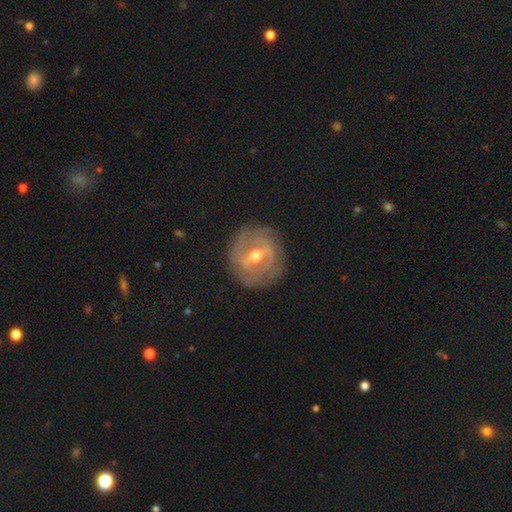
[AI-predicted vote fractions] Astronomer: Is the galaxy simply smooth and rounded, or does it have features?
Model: featured or disk — 84%.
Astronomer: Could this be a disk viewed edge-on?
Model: no — 93%.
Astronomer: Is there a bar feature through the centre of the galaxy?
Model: strong — 50% (runner-up: weak, 38%).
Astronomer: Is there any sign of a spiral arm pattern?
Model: yes — 80%.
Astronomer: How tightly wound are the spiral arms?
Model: tight — 70%.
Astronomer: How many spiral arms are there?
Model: can't tell — 38% (runner-up: 2, 33%).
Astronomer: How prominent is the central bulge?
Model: moderate — 67%.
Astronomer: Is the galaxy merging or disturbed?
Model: none — 81%.